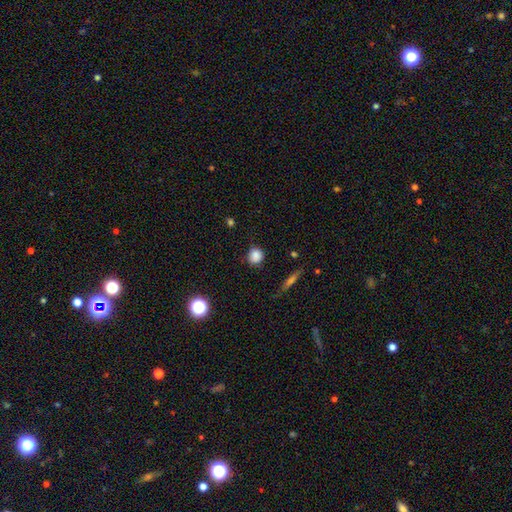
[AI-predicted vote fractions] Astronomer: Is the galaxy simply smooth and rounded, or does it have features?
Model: smooth — 84%.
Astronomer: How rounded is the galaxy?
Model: round — 88%.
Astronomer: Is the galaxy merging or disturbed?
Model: none — 80%.